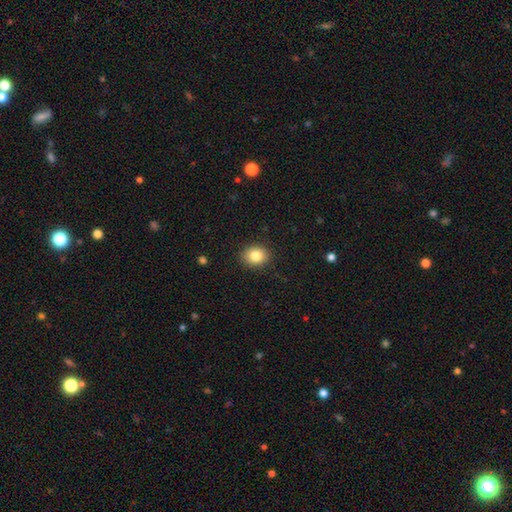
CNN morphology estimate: Overall: smooth (83%). How rounded: round (59%; in between 40%). Merging: none (89%).